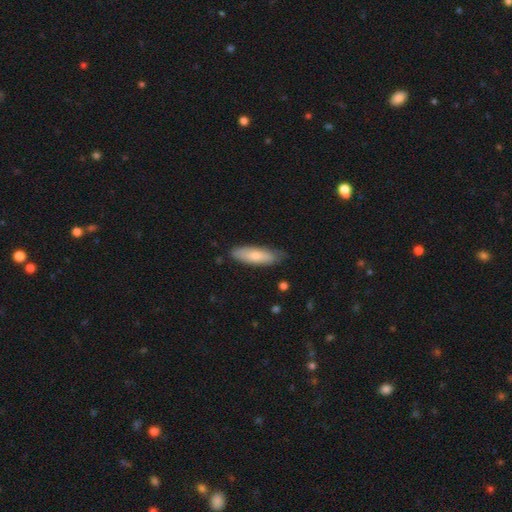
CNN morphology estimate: Q: Smooth or featured?
A: smooth (72%); runner-up: featured or disk (23%)
Q: How rounded?
A: in between (53%); runner-up: cigar-shaped (45%)
Q: Merging?
A: none (76%); runner-up: minor disturbance (19%)